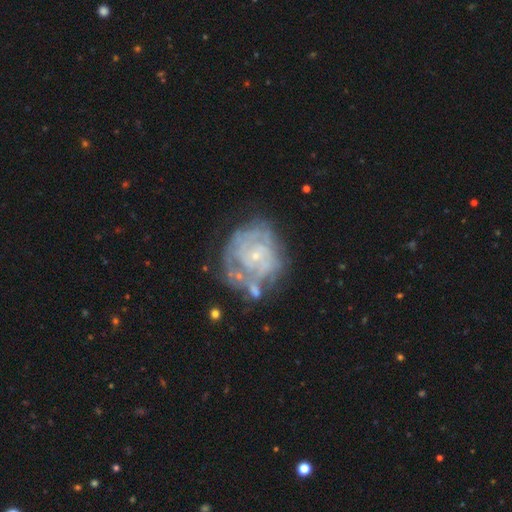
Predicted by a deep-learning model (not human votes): The model was most divided on "merging": none: 54%, minor disturbance: 23%, major disturbance: 16%, merger: 8%. More confident: edge-on disk — no (98%); bulge size — small (81%); bar — no (79%); smooth or featured — featured or disk (78%); spiral arms — yes (75%); spiral winding — tight (67%); spiral arm count — can't tell (52%).